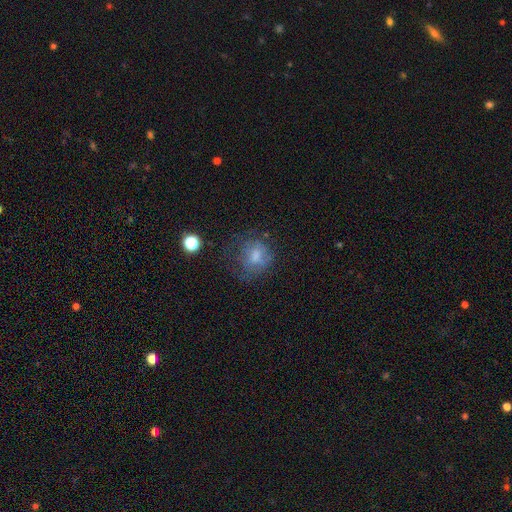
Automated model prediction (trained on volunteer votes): Smooth or featured?
  - smooth: 54% *
  - featured or disk: 29%
  - star or artifact: 18%
How rounded?
  - round: 70% *
  - in between: 29%
  - cigar-shaped: 1%
Merging?
  - none: 54% *
  - minor disturbance: 23%
  - major disturbance: 21%
  - merger: 2%